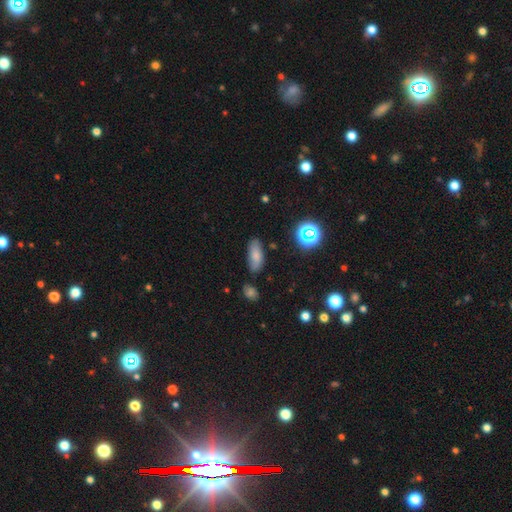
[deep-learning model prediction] Smooth or featured: smooth — 74% (featured or disk — 13%)
How rounded: in between — 82% (cigar-shaped — 14%)
Merging: none — 76% (minor disturbance — 16%)